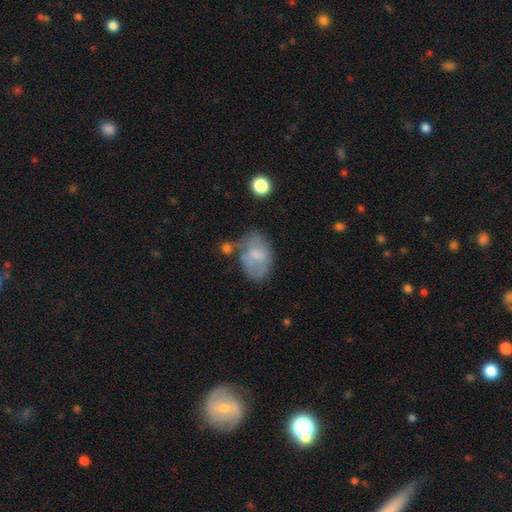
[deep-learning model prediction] A smooth galaxy with no disk features (57%) that is in between round and cigar-shaped (82%).

Vote fractions:
- Smooth or featured? smooth: 57% / featured or disk: 34% / star or artifact: 8%
- How rounded? in between: 82% / round: 16% / cigar-shaped: 1%
- Merging? none: 36% / minor disturbance: 29% / major disturbance: 20% / merger: 15%